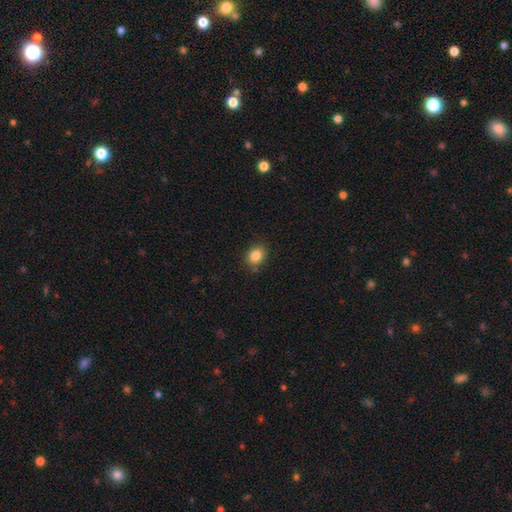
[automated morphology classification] Smooth or featured? Predicted: smooth (p=0.85). How rounded? Predicted: round (p=0.52). Merging? Predicted: none (p=0.82).